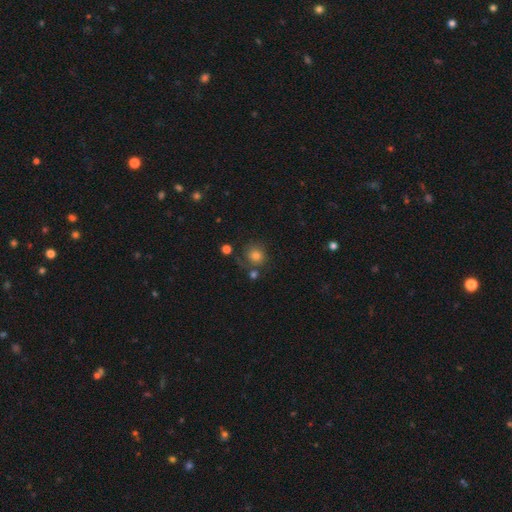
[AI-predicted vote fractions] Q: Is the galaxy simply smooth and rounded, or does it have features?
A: smooth — 77%.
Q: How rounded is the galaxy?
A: round — 85%.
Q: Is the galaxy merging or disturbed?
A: none — 65%.